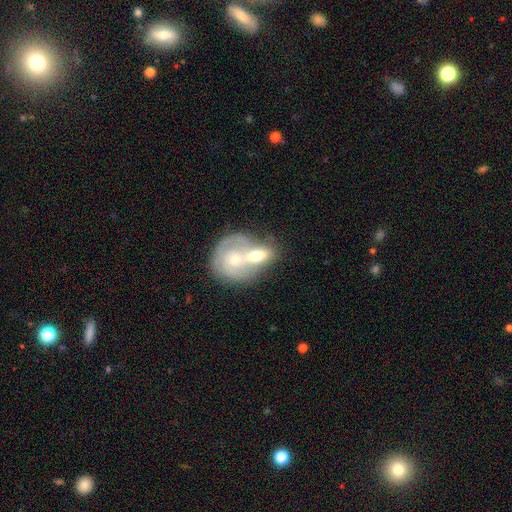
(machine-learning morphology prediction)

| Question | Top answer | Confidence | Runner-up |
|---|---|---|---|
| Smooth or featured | featured or disk | 50% | smooth (44%) |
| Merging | merger | 71% | none (17%) |